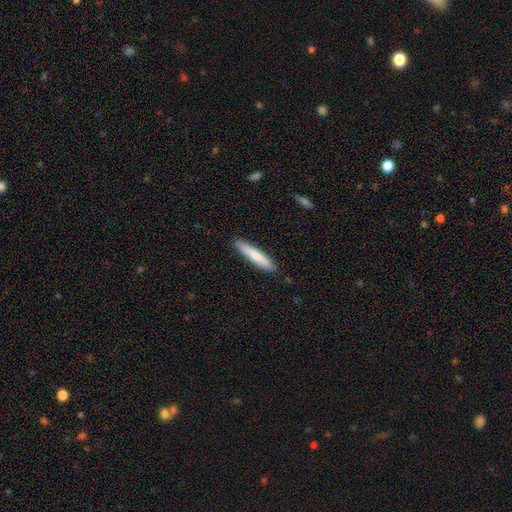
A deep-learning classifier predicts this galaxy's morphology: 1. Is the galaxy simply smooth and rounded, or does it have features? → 76% smooth, 18% featured or disk, 5% star or artifact.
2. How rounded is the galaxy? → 91% cigar-shaped, 8% in between, 1% round.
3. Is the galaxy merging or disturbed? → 89% none, 8% minor disturbance, 1% major disturbance, 1% merger.